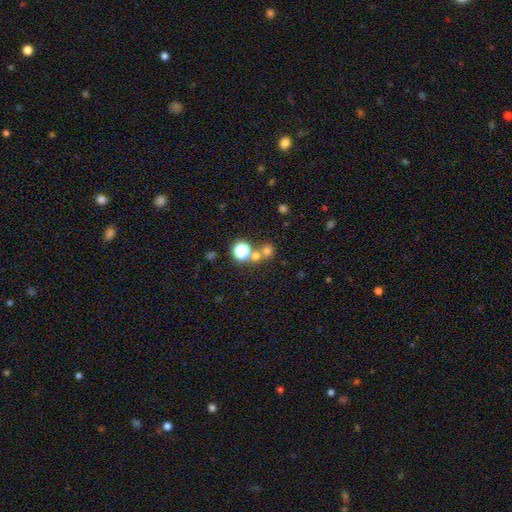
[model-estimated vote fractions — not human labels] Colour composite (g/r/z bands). It shows a smooth galaxy with no disk features (60%) that is round (88%). Merging: none (58%).